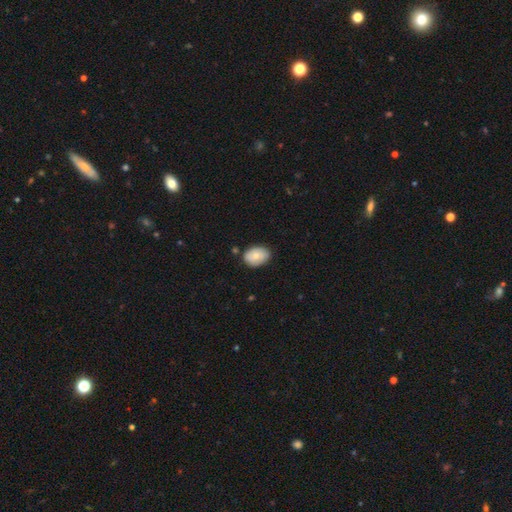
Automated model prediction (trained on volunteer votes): Overall: smooth (75%). How rounded: in between (75%). Merging: none (77%).